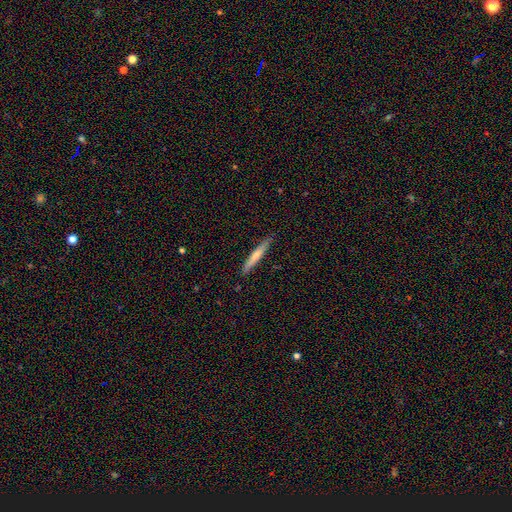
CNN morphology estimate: Smooth or featured? smooth (61%)
How rounded? cigar-shaped (95%)
Merging? none (88%)